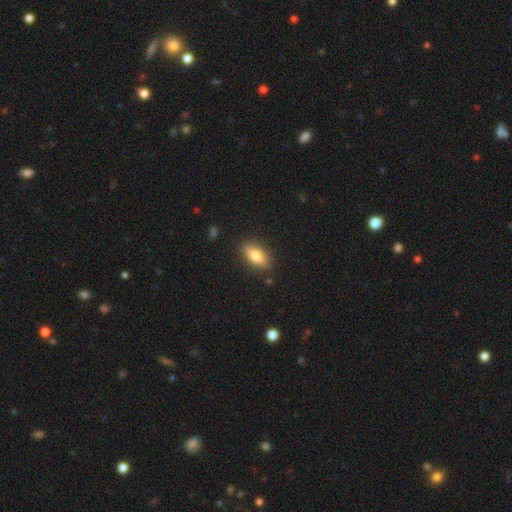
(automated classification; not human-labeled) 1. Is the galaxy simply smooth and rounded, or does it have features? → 78% smooth, 15% featured or disk, 7% star or artifact.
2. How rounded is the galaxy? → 82% in between, 14% cigar-shaped, 3% round.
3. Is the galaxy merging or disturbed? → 86% none, 10% minor disturbance, 2% major disturbance, 2% merger.